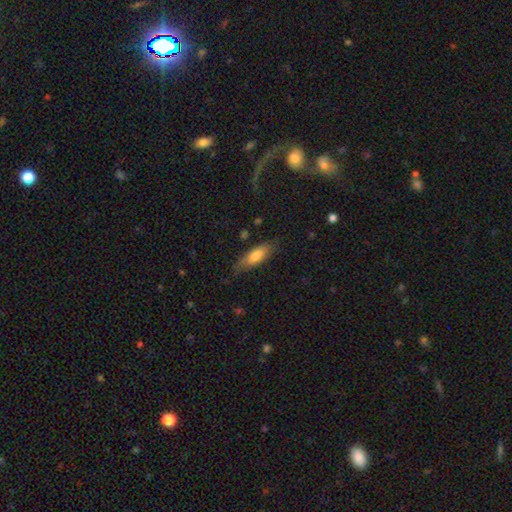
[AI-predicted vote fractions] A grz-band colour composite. It shows a smooth galaxy with no disk features (72%) that is in between round and cigar-shaped (58%). Merging: none (74%).